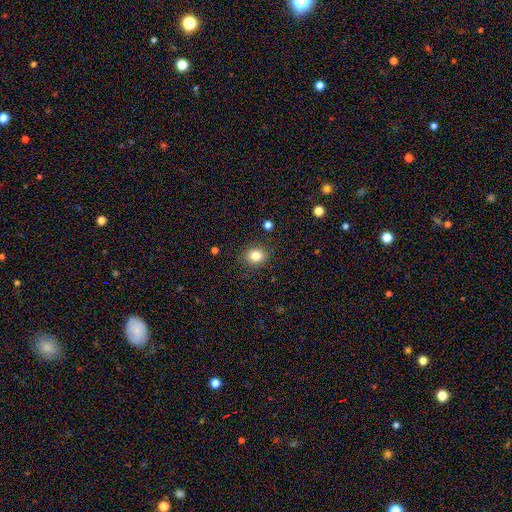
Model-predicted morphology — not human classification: Smooth or featured? smooth (82%)
How rounded? round (65%)
Merging? none (87%)